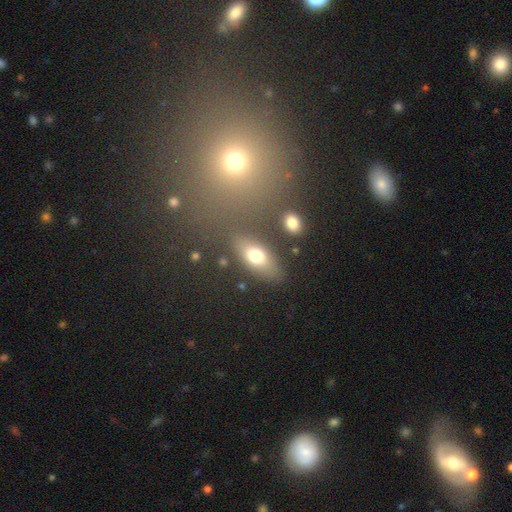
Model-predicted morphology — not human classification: smooth-or-featured: smooth: 72% | featured or disk: 18% | star or artifact: 10%
  how-rounded: in between: 78% | cigar-shaped: 13% | round: 9%
  merging: none: 75% | minor disturbance: 13% | merger: 6% | major disturbance: 5%